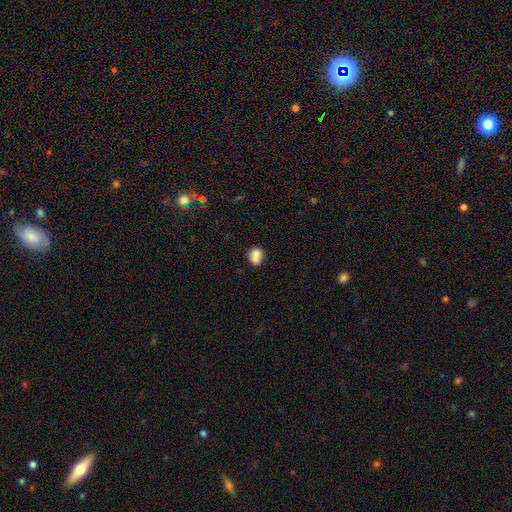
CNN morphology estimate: smooth-or-featured: smooth: 79% | featured or disk: 11% | star or artifact: 10%
  how-rounded: round: 66% | in between: 33% | cigar-shaped: 1%
  merging: none: 47% | merger: 31% | minor disturbance: 16% | major disturbance: 6%